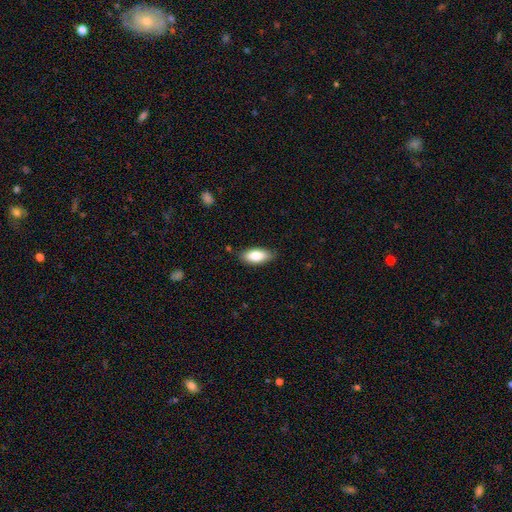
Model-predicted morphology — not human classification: Overall: smooth (83%). How rounded: in between (86%). Merging: none (83%).